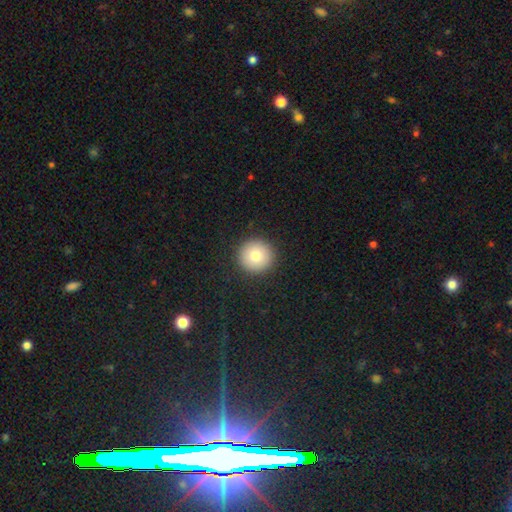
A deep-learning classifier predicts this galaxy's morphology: Smooth or featured?
  - smooth: 79% *
  - featured or disk: 11%
  - star or artifact: 10%
How rounded?
  - round: 96% *
  - in between: 3%
  - cigar-shaped: 1%
Merging?
  - none: 92% *
  - minor disturbance: 5%
  - major disturbance: 2%
  - merger: 1%